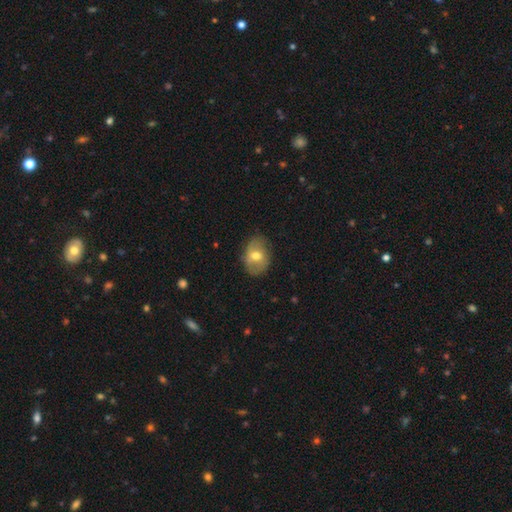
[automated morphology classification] Smooth or featured? Predicted: smooth (p=0.57). How rounded? Predicted: in between (p=0.71). Merging? Predicted: none (p=0.74).